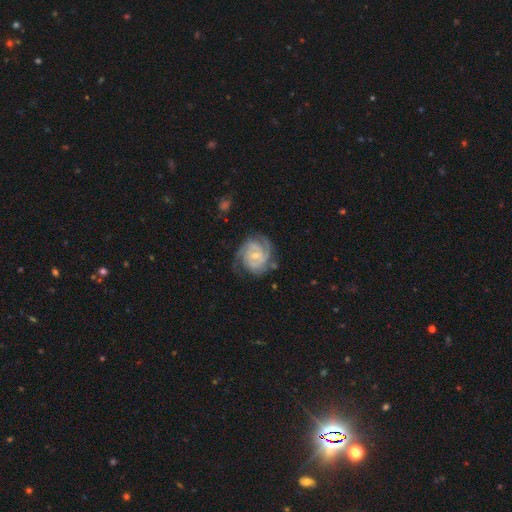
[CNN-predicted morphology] This is clearly a featured or disk galaxy (90%). It is clearly not viewed edge-on (98%). Bar: possibly weak (47%). Spiral arm pattern: clearly yes (98%). Spiral arm count: possibly 2 (46%). Spiral winding: likely tight (72%). Central bulge: likely small (65%). Merging: likely none (72%).